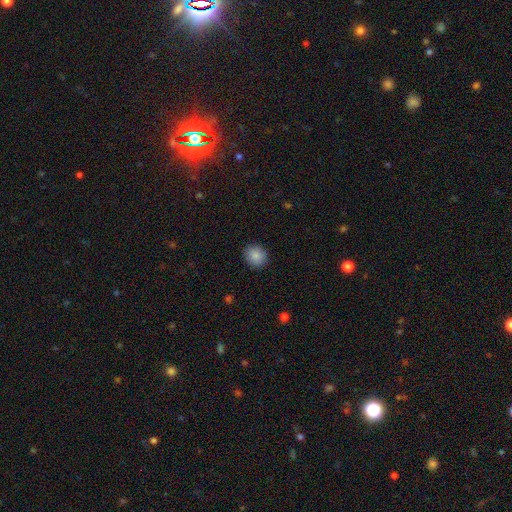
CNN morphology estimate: The model was most divided on "how rounded": round: 73%, in between: 26%, cigar-shaped: 1%. More confident: merging — none (89%); smooth or featured — smooth (88%).